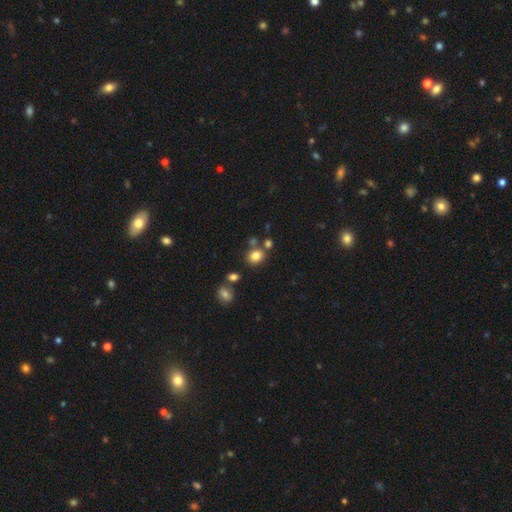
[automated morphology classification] A smooth galaxy with no disk features (81%) that is round (63%). Merging: none (69%).